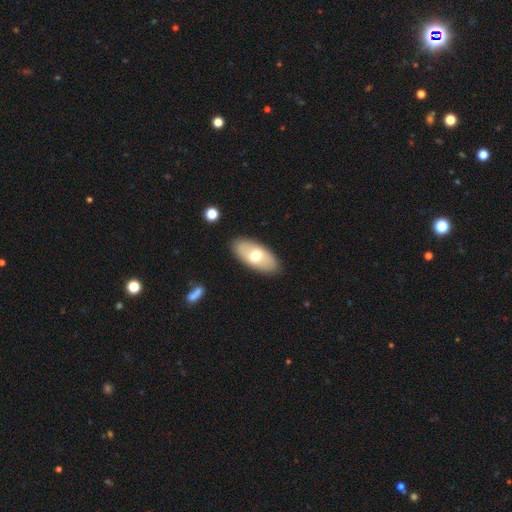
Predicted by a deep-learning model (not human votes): smooth_or_featured: smooth (p=0.62) [alt: featured or disk p=0.33]
how_rounded: in between (p=0.90) [alt: cigar-shaped p=0.07]
merging: none (p=0.87) [alt: minor disturbance p=0.09]